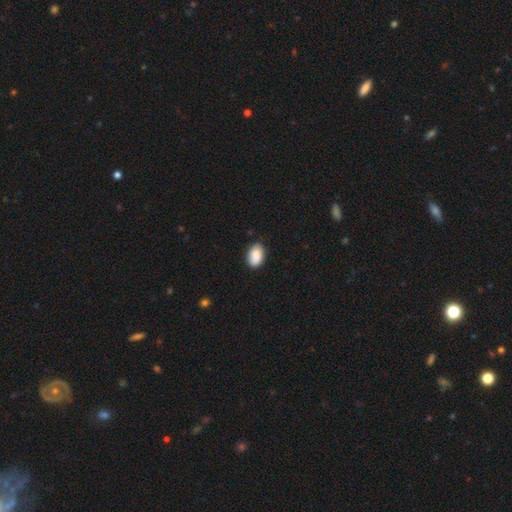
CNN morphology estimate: Smooth or featured? Predicted: smooth (p=0.89). How rounded? Predicted: in between (p=0.90). Merging? Predicted: none (p=0.83).